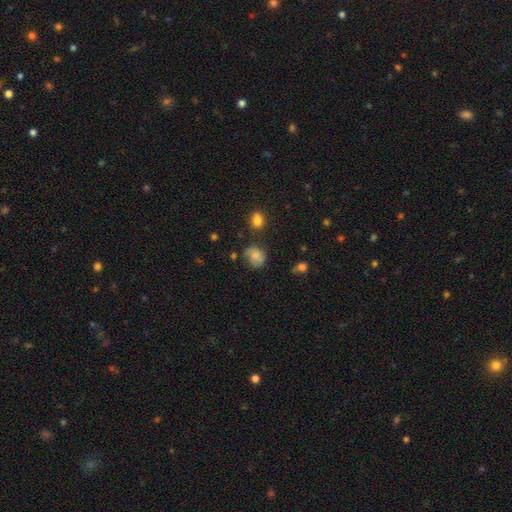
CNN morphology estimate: This appears to be a smooth galaxy with no disk features (72%) that is round (66%). Merging: none (58%).